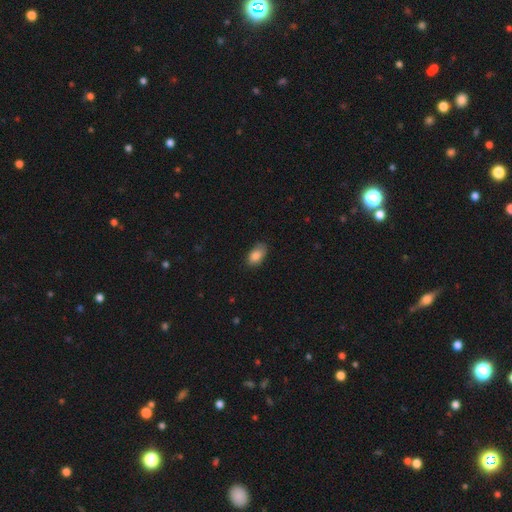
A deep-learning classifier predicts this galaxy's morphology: Smooth or featured: smooth — 85% (featured or disk — 8%)
How rounded: in between — 91% (round — 6%)
Merging: none — 72% (minor disturbance — 23%)